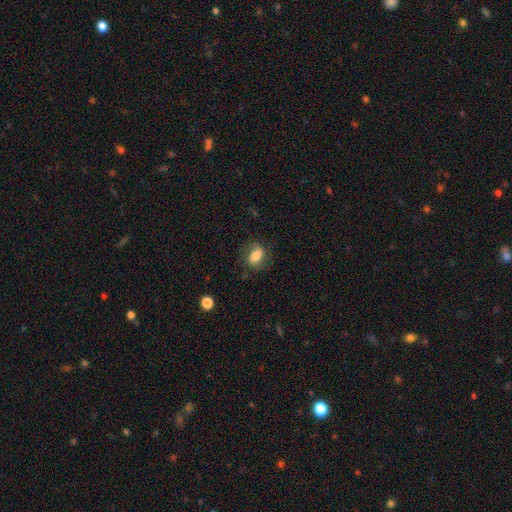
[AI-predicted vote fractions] Overall: smooth (73%). How rounded: in between (75%). Merging: none (72%).